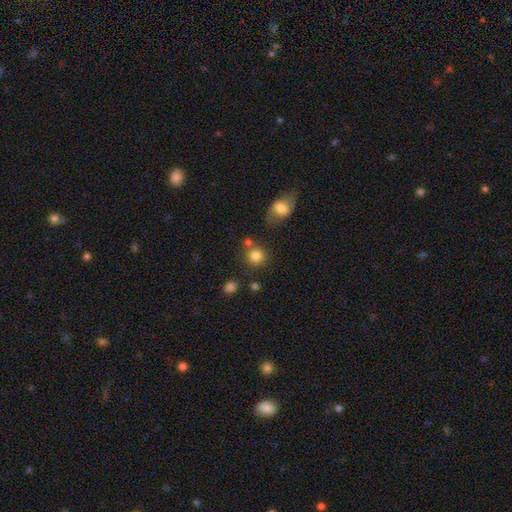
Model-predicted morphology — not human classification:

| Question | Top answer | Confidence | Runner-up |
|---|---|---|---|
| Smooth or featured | smooth | 82% | star or artifact (12%) |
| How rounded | round | 88% | in between (11%) |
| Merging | none | 72% | merger (14%) |